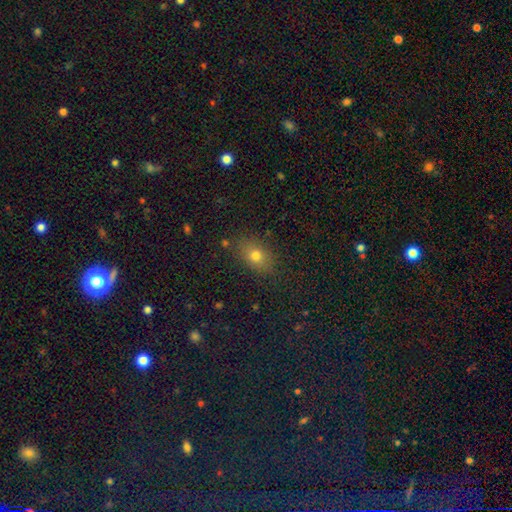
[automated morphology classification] The model was most divided on "how rounded": in between: 73%, round: 25%, cigar-shaped: 2%. More confident: merging — none (83%); smooth or featured — smooth (75%).